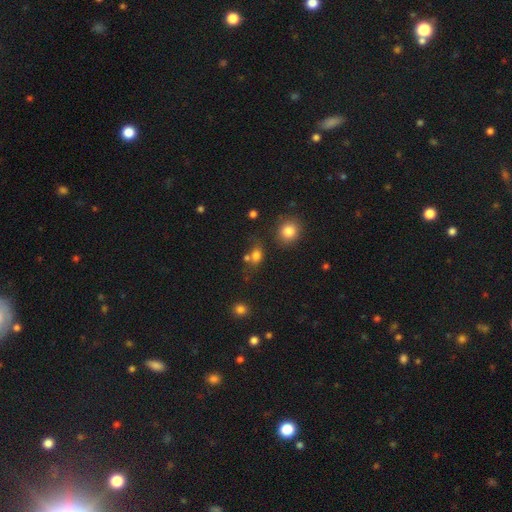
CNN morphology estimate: Q: Smooth or featured?
A: smooth (76%); runner-up: star or artifact (16%)
Q: How rounded?
A: in between (52%); runner-up: round (46%)
Q: Merging?
A: none (52%); runner-up: merger (24%)